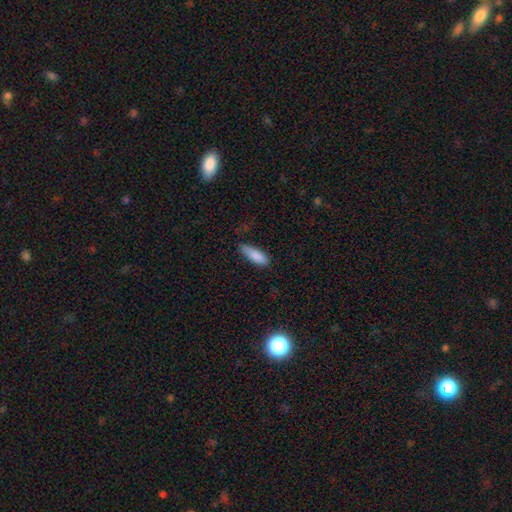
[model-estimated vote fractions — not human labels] Morphology: type=smooth (88%); roundness=in between (60%); merging=none (69%).